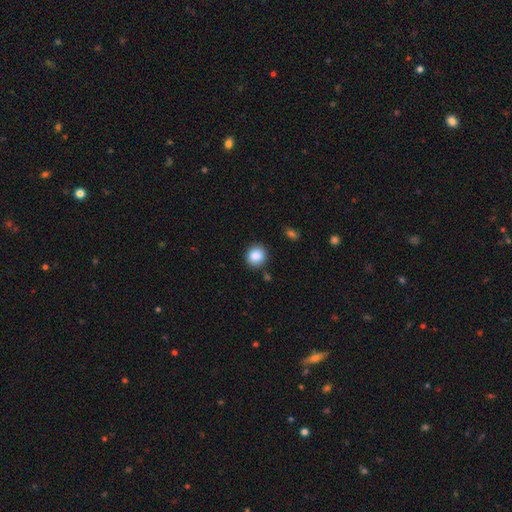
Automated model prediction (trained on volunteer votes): A smooth galaxy with no disk features (87%) that is round (85%). Merging: none (86%).